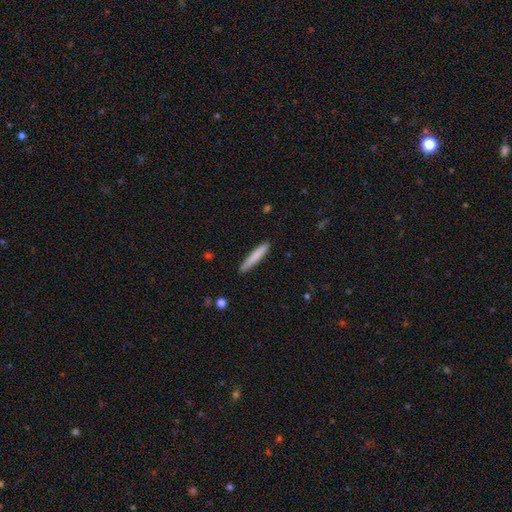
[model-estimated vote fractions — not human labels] Smooth or featured?
  - smooth: 80% *
  - featured or disk: 14%
  - star or artifact: 6%
How rounded?
  - cigar-shaped: 94% *
  - in between: 5%
  - round: 1%
Merging?
  - none: 88% *
  - minor disturbance: 9%
  - major disturbance: 2%
  - merger: 1%